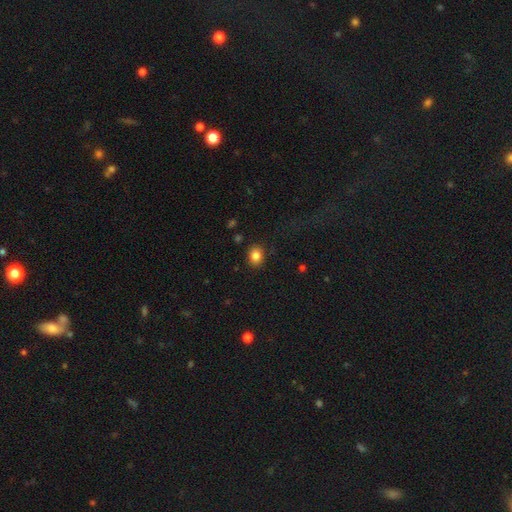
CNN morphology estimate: Smooth or featured? smooth (85%)
How rounded? round (53%)
Merging? none (88%)